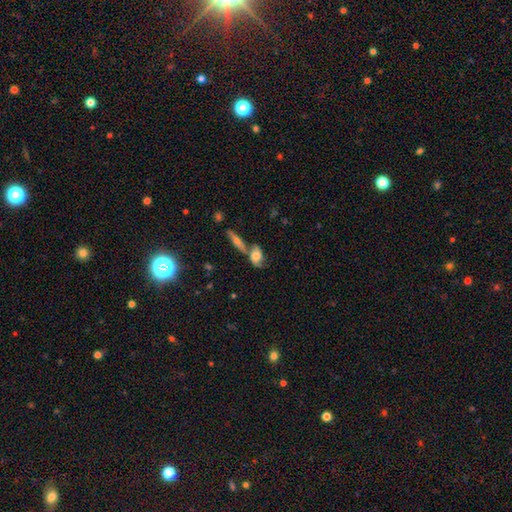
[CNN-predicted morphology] Smooth or featured?
  - smooth: 53% *
  - featured or disk: 38%
  - star or artifact: 9%
How rounded?
  - in between: 75% *
  - round: 16%
  - cigar-shaped: 9%
Merging?
  - none: 38% *
  - merger: 36%
  - minor disturbance: 18%
  - major disturbance: 9%